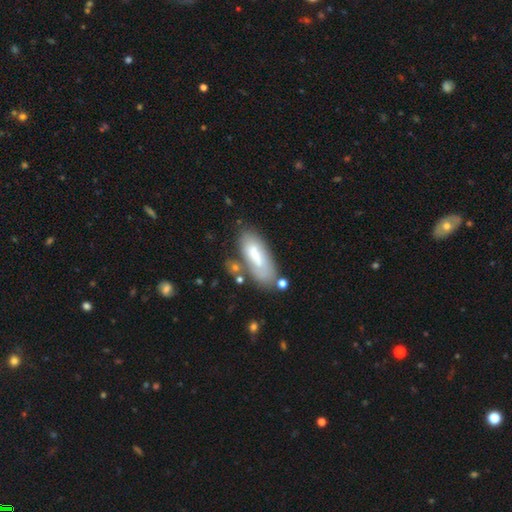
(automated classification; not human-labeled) Smooth or featured? Predicted: smooth (p=0.58). How rounded? Predicted: in between (p=0.69). Merging? Predicted: none (p=0.60).